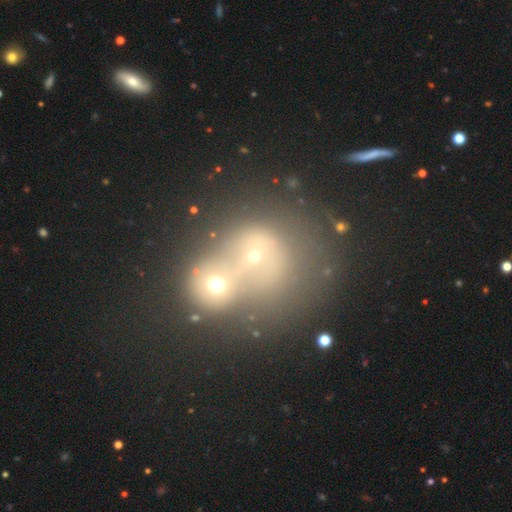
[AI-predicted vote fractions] smooth 53%, featured or disk 24%, star or artifact 23%. Down the decision tree: how rounded — round (72%); merging — merger (71%).